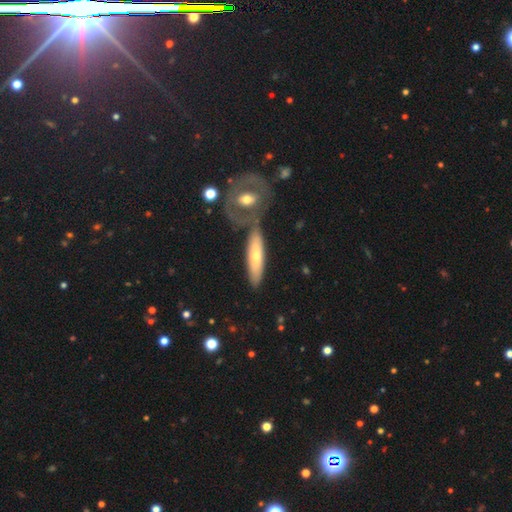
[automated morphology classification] Overall: smooth (56%; featured or disk 38%). How rounded: cigar-shaped (68%; in between 30%). Merging: none (66%).